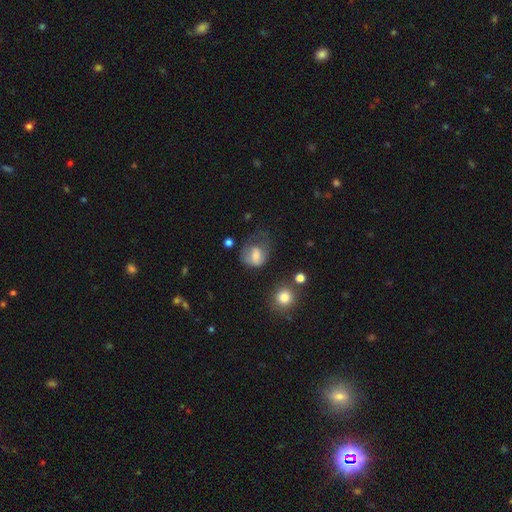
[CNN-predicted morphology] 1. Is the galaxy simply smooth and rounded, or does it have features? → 59% smooth, 31% featured or disk, 10% star or artifact.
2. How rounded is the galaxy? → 56% round, 43% in between, 1% cigar-shaped.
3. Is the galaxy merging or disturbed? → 41% major disturbance, 28% none, 26% minor disturbance, 5% merger.